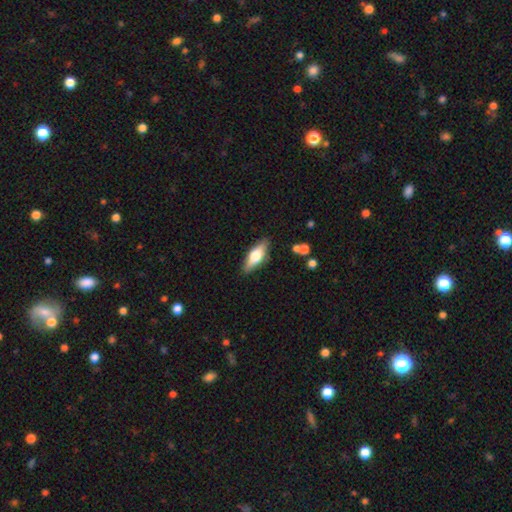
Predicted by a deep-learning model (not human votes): A smooth galaxy with no disk features (56%) that is in between round and cigar-shaped (64%).

Vote fractions:
- Smooth or featured? smooth: 56% / featured or disk: 38% / star or artifact: 6%
- How rounded? in between: 64% / cigar-shaped: 33% / round: 3%
- Merging? none: 86% / minor disturbance: 10% / major disturbance: 2% / merger: 2%